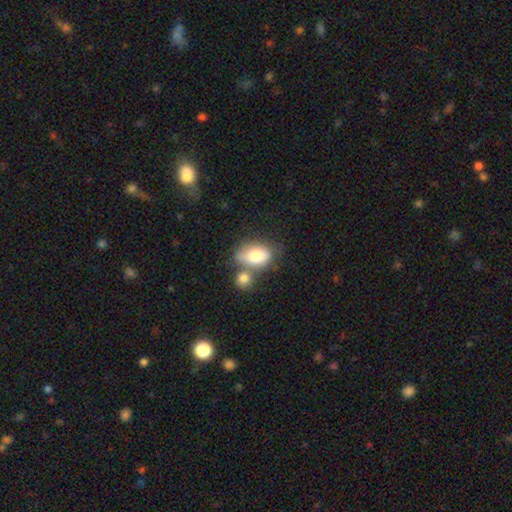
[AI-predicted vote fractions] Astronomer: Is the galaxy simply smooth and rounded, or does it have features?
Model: smooth — 76%.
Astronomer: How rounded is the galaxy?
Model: in between — 85%.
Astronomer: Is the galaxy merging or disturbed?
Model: merger — 38% (runner-up: none, 37%).